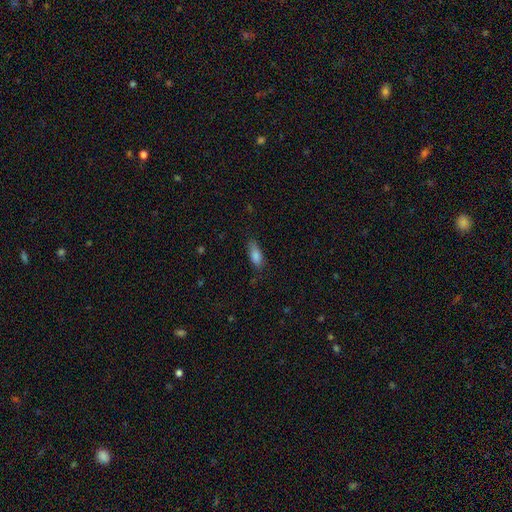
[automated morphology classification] Smooth or featured? smooth (83%)
How rounded? in between (71%)
Merging? none (75%)